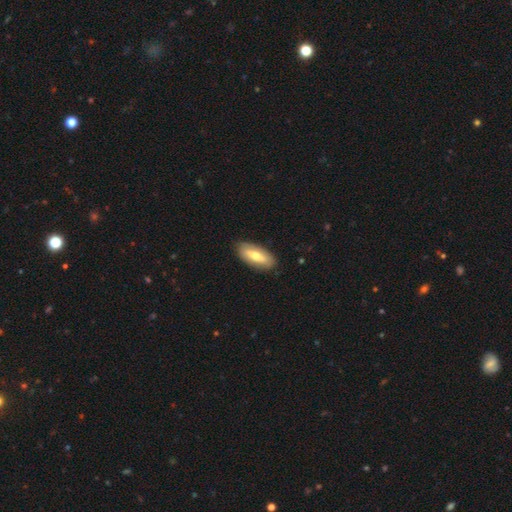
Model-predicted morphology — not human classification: A smooth galaxy with no disk features (62%) that is in between round and cigar-shaped (82%).

Vote fractions:
- Smooth or featured? smooth: 62% / featured or disk: 32% / star or artifact: 5%
- How rounded? in between: 82% / cigar-shaped: 16% / round: 2%
- Merging? none: 86% / minor disturbance: 11% / major disturbance: 2% / merger: 1%